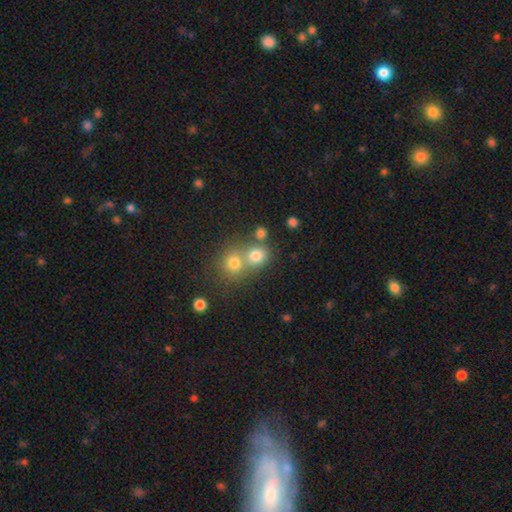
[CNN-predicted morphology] A smooth galaxy with no disk features (76%) that is round (78%). Merging: none (46%).